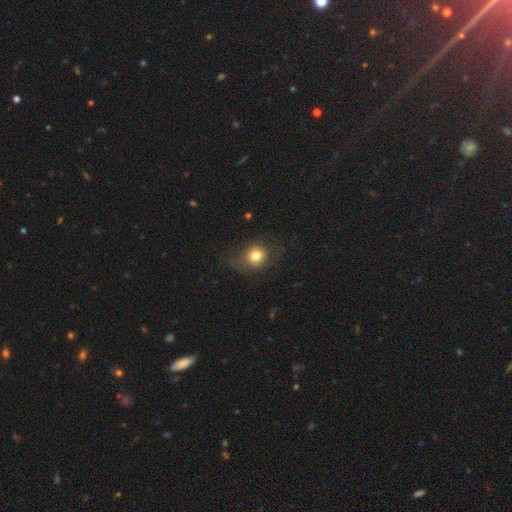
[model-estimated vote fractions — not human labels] Q: Smooth or featured?
A: smooth (79%); runner-up: star or artifact (11%)
Q: How rounded?
A: round (72%); runner-up: in between (27%)
Q: Merging?
A: none (70%); runner-up: minor disturbance (20%)